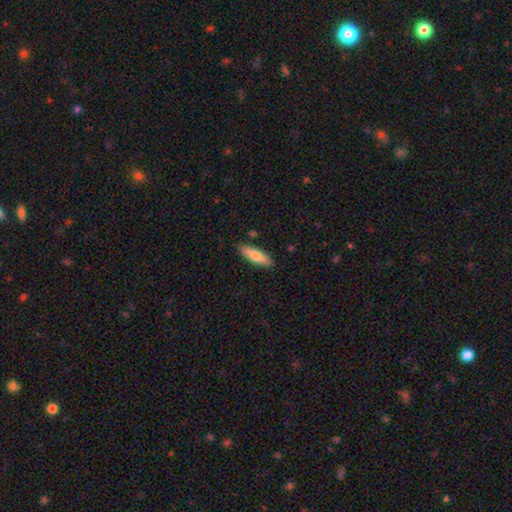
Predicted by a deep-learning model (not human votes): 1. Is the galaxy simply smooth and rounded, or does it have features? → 76% smooth, 19% featured or disk, 6% star or artifact.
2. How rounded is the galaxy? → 60% cigar-shaped, 39% in between, 2% round.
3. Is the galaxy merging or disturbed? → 87% none, 10% minor disturbance, 2% major disturbance, 2% merger.